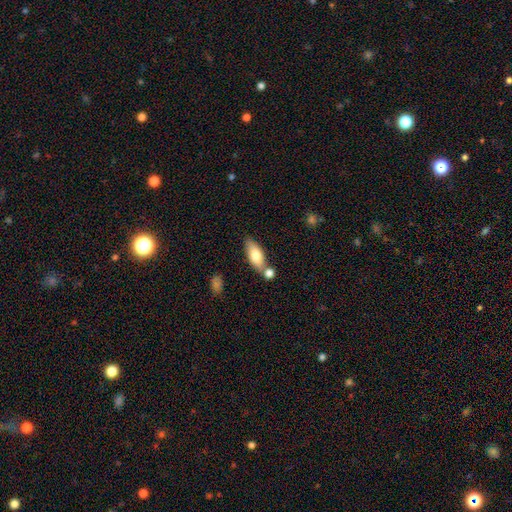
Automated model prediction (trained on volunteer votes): Morphology: type=smooth (74%); roundness=in between (78%); merging=none (58%).